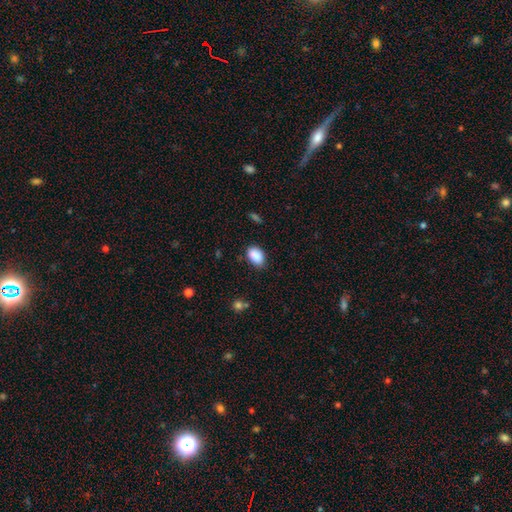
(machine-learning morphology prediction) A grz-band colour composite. It shows a smooth galaxy with no disk features (89%) that is in between round and cigar-shaped (88%). Merging: none (80%).